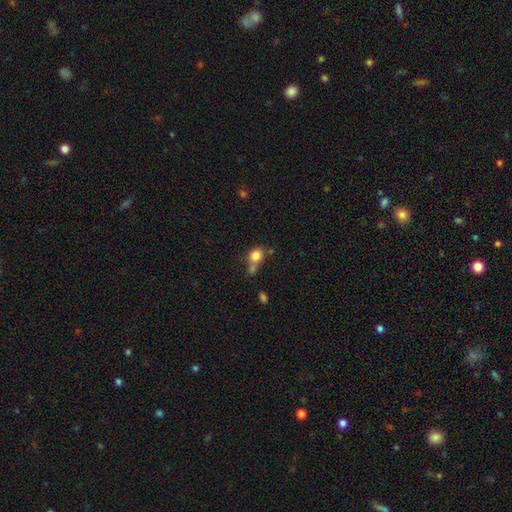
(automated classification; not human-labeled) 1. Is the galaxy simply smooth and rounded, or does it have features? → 81% smooth, 11% star or artifact, 8% featured or disk.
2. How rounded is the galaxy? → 68% round, 31% in between, 1% cigar-shaped.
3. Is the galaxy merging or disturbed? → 45% none, 35% merger, 14% minor disturbance, 6% major disturbance.